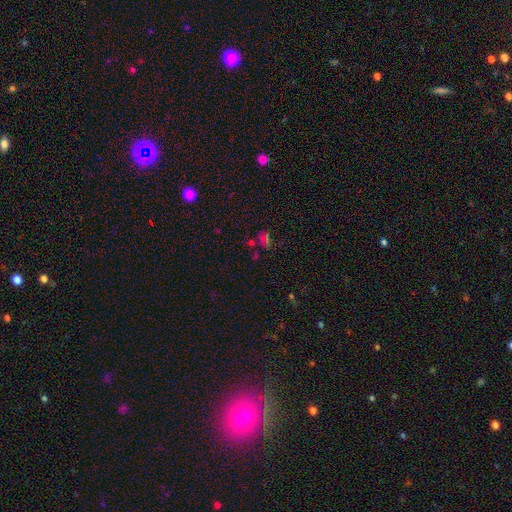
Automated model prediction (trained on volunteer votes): This is possibly a star or artifact rather than a galaxy (58%).